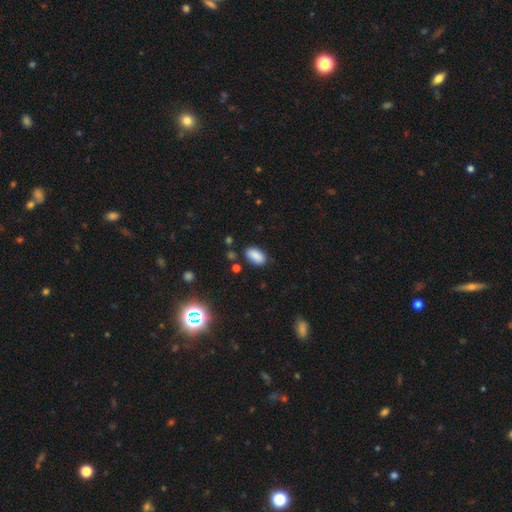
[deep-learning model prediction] Smooth or featured: smooth — 86% (star or artifact — 9%)
How rounded: in between — 93% (round — 4%)
Merging: none — 81% (minor disturbance — 14%)